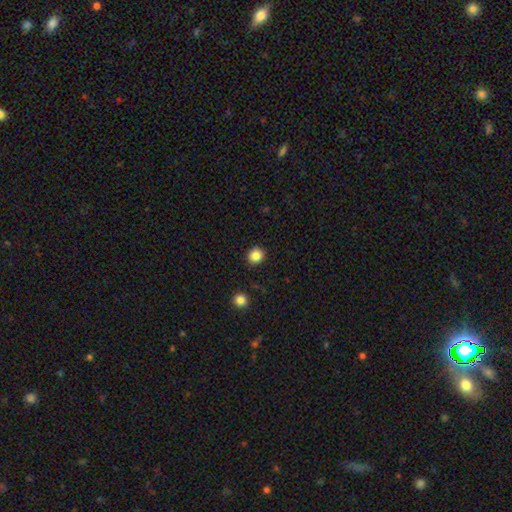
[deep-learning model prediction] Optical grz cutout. It shows a smooth galaxy with no disk features (85%) that is round (86%). Merging: none (90%).